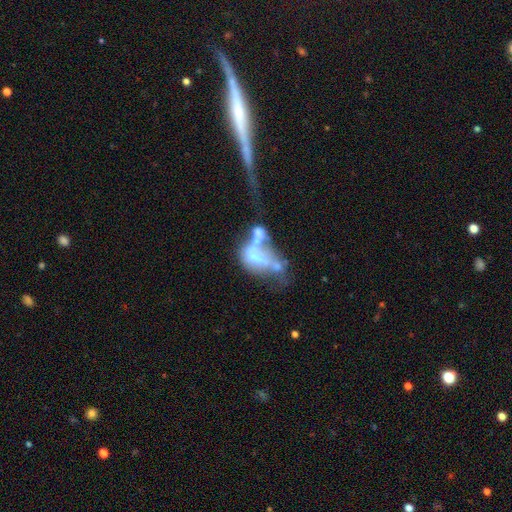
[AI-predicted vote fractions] Q: Smooth or featured?
A: featured or disk (58%); runner-up: smooth (28%)
Q: Edge-on disk?
A: no (96%); runner-up: yes (4%)
Q: Bar?
A: no (82%); runner-up: weak (10%)
Q: Spiral arms?
A: no (93%); runner-up: yes (7%)
Q: Bulge size?
A: none (47%); runner-up: moderate (23%)
Q: Merging?
A: merger (52%); runner-up: major disturbance (29%)